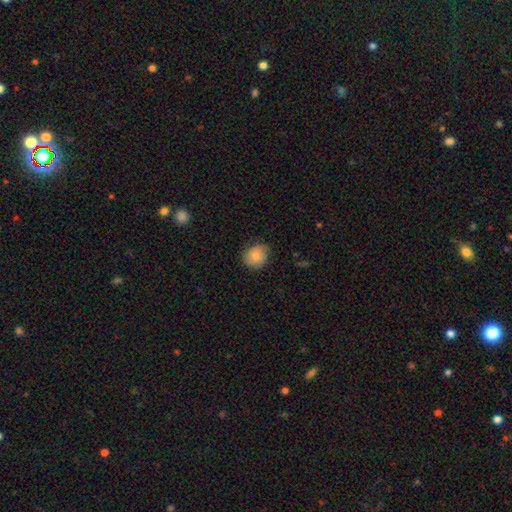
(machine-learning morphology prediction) Smooth or featured? Predicted: smooth (p=0.84). How rounded? Predicted: round (p=0.76). Merging? Predicted: none (p=0.77).